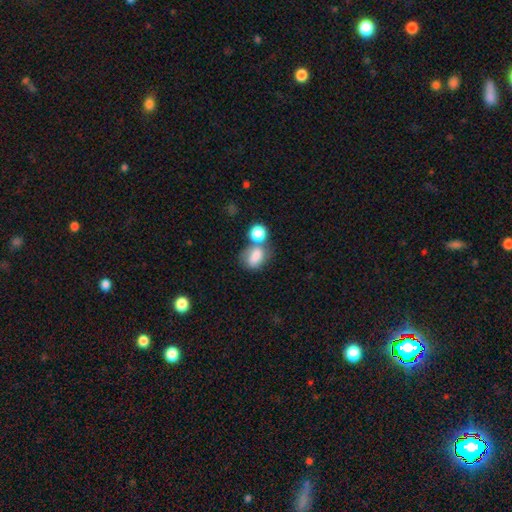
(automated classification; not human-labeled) smooth_or_featured: smooth (p=0.78) [alt: featured or disk p=0.12]
how_rounded: in between (p=0.68) [alt: round p=0.31]
merging: none (p=0.41) [alt: merger p=0.35]